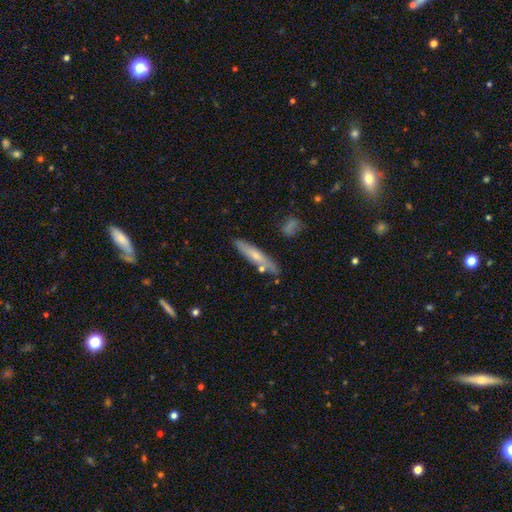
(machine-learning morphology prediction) Q: Smooth or featured?
A: smooth (57%); runner-up: featured or disk (37%)
Q: How rounded?
A: cigar-shaped (85%); runner-up: in between (13%)
Q: Merging?
A: none (78%); runner-up: minor disturbance (14%)